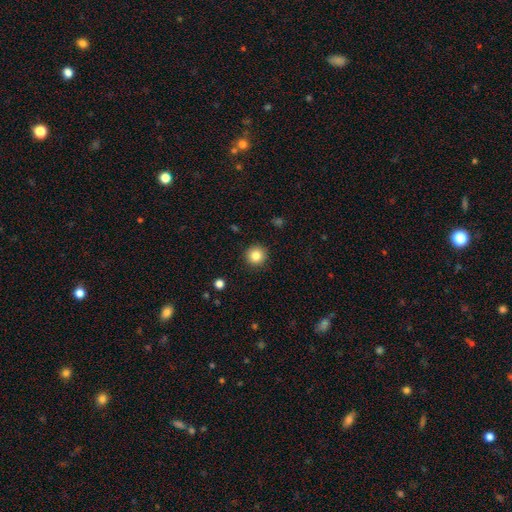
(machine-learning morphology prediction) smooth 85%, star or artifact 10%, featured or disk 5%. Down the decision tree: how rounded — round (95%); merging — none (92%).